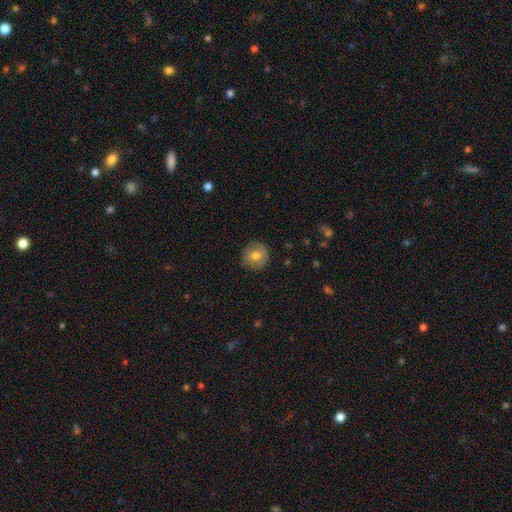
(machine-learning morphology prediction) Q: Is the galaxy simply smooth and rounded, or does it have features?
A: smooth — 74%.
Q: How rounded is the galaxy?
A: round — 92%.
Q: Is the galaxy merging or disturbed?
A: none — 85%.